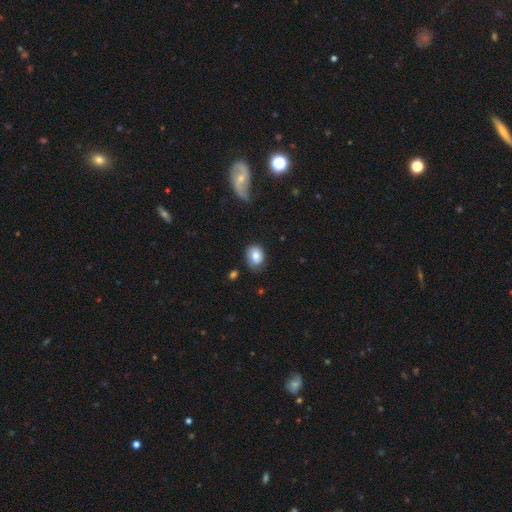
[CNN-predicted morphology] Q: Smooth or featured?
A: smooth (73%); runner-up: featured or disk (19%)
Q: How rounded?
A: in between (60%); runner-up: round (39%)
Q: Merging?
A: none (66%); runner-up: minor disturbance (24%)